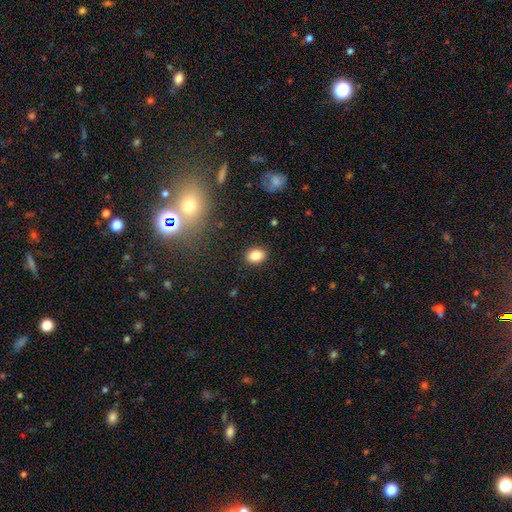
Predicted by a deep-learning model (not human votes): The model was most divided on "how rounded": in between: 70%, round: 28%, cigar-shaped: 1%. More confident: merging — none (89%); smooth or featured — smooth (84%).